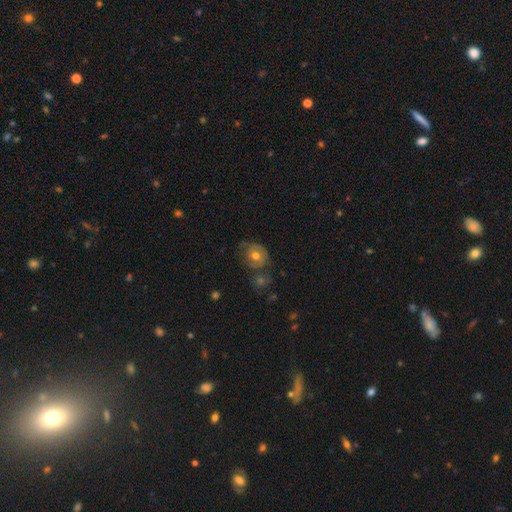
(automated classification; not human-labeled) This appears to be a smooth galaxy with no disk features (51%) that is round (73%). Merging: none (59%).